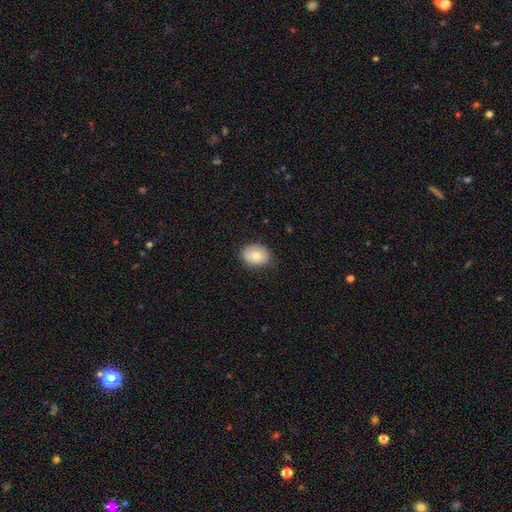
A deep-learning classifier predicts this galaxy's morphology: Smooth or featured: smooth — 77% (featured or disk — 16%)
How rounded: in between — 58% (round — 41%)
Merging: none — 79% (minor disturbance — 17%)